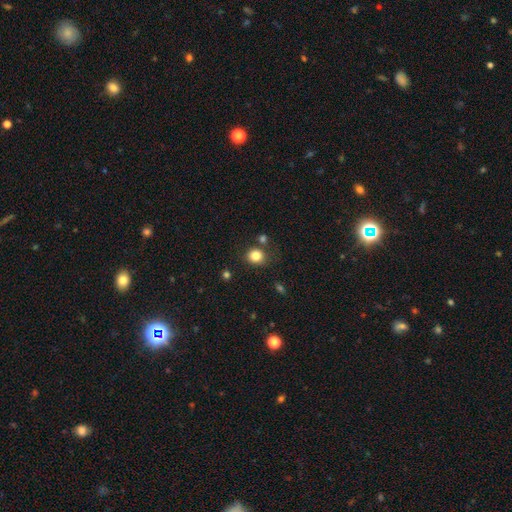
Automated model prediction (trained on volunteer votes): Overall: smooth (83%). How rounded: round (77%). Merging: none (78%).